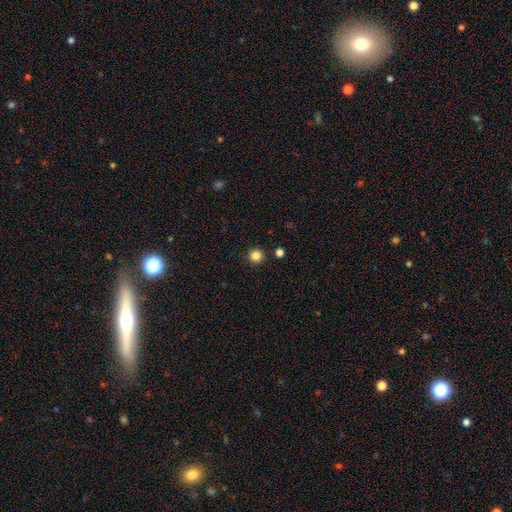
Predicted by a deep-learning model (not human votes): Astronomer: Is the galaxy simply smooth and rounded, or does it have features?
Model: smooth — 84%.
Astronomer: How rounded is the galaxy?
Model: round — 95%.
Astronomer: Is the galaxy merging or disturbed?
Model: none — 91%.